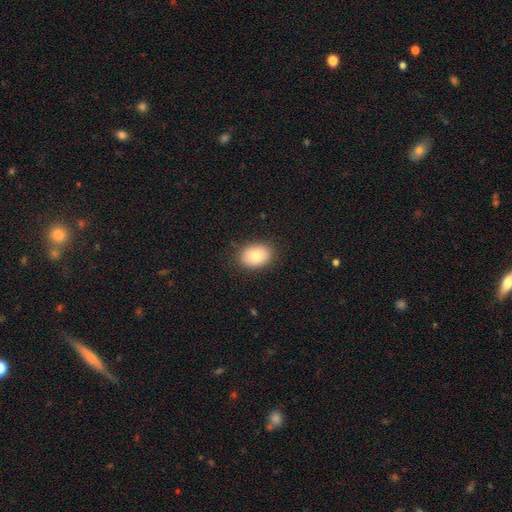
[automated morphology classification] Smooth or featured? Predicted: smooth (p=0.81). How rounded? Predicted: in between (p=0.74). Merging? Predicted: none (p=0.85).